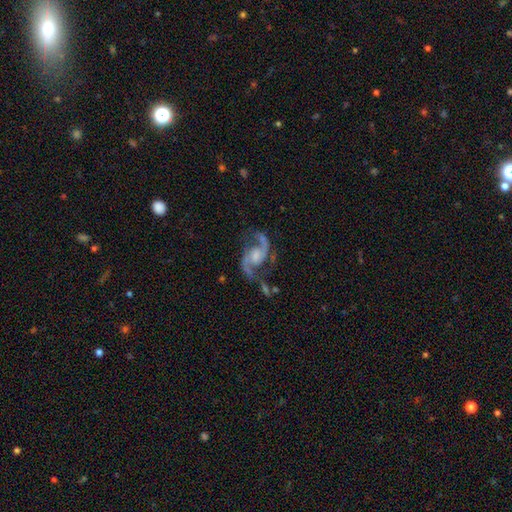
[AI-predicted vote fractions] Morphology: type=featured or disk (91%); edge-on=no (98%); bar=no (47%); spiral arms=yes (98%); winding=medium (49%); arm count=2 (94%); bulge=moderate (32%); merging=none (62%).